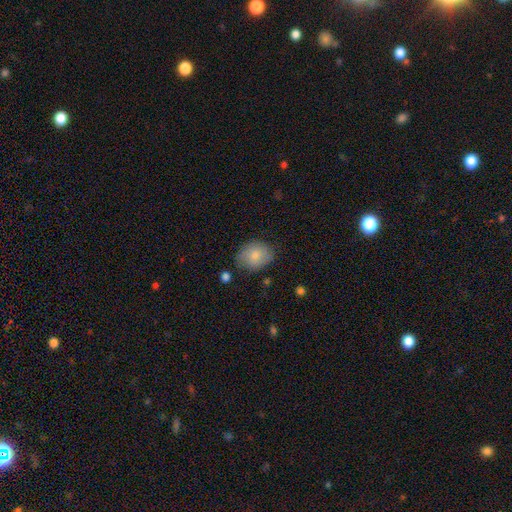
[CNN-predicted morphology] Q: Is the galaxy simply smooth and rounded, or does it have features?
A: smooth — 79%.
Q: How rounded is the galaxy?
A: in between — 60%.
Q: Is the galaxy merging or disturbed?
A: none — 72%.